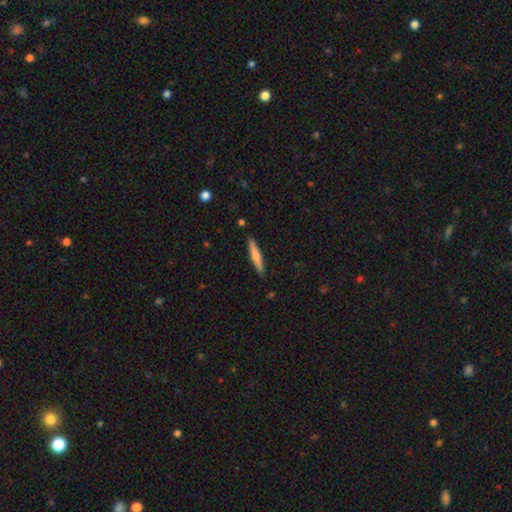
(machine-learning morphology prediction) Overall: smooth (67%). How rounded: cigar-shaped (92%). Merging: none (88%).